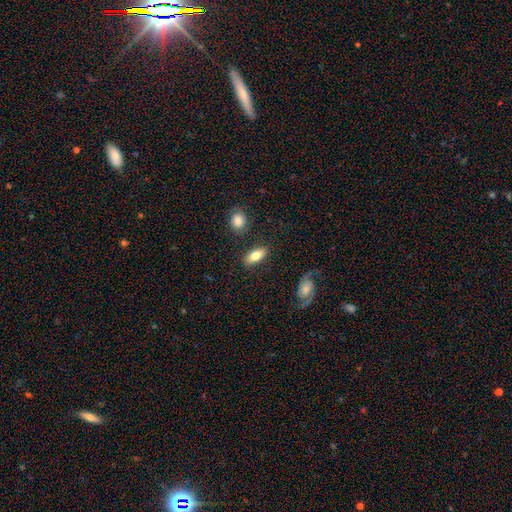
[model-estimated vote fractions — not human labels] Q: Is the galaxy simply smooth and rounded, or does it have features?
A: smooth — 75%.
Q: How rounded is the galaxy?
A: in between — 85%.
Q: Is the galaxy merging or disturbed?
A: none — 84%.